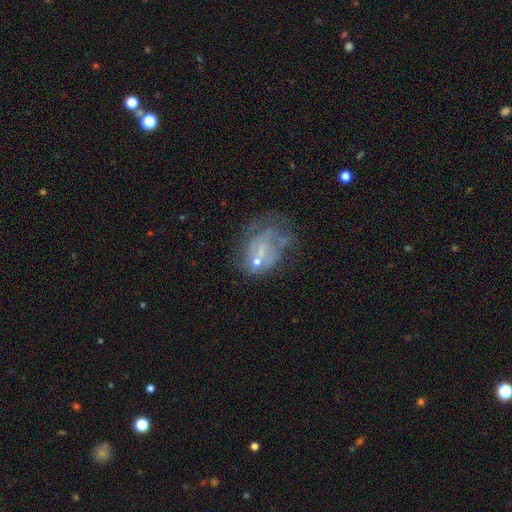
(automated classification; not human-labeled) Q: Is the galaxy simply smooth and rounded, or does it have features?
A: featured or disk — 60%.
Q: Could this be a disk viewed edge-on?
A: no — 97%.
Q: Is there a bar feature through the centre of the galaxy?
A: no — 72%.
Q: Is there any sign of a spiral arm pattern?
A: no — 63%.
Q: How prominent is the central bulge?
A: none — 42%.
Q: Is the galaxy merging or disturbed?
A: none — 36%.